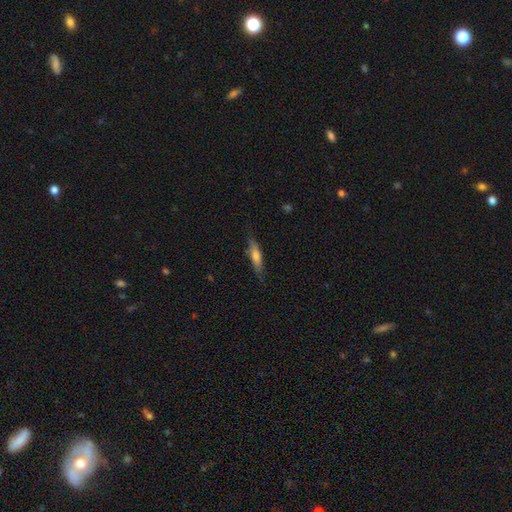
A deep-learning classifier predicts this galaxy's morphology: Overall: smooth (61%; featured or disk 33%). How rounded: cigar-shaped (77%). Merging: none (80%).